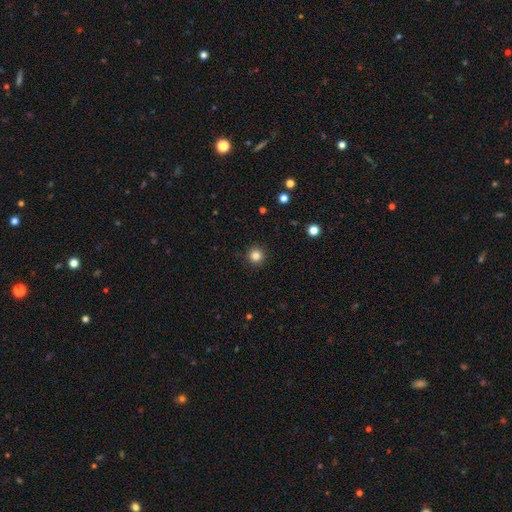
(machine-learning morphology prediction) This is clearly a smooth galaxy (84%). How rounded: clearly round (96%). Merging: clearly none (92%).